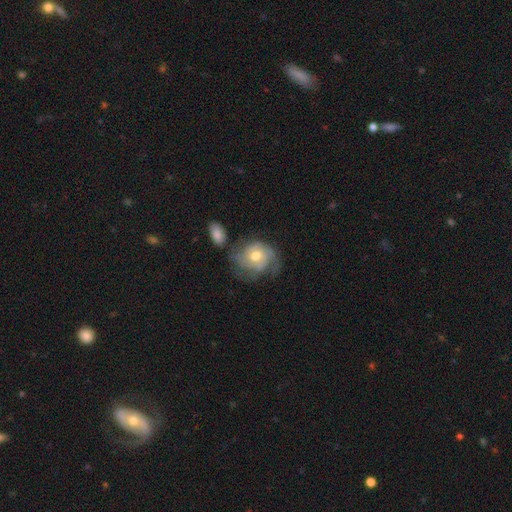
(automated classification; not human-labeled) The model was most divided on "spiral arm count": can't tell: 34%, 3: 25%, 2: 22%, 4: 7%, 1: 6%, more than 4: 4%. More confident: edge-on disk — no (97%); spiral arms — yes (88%); bulge size — moderate (74%); bar — no (72%); smooth or featured — featured or disk (71%); spiral winding — tight (54%); merging — none (53%).